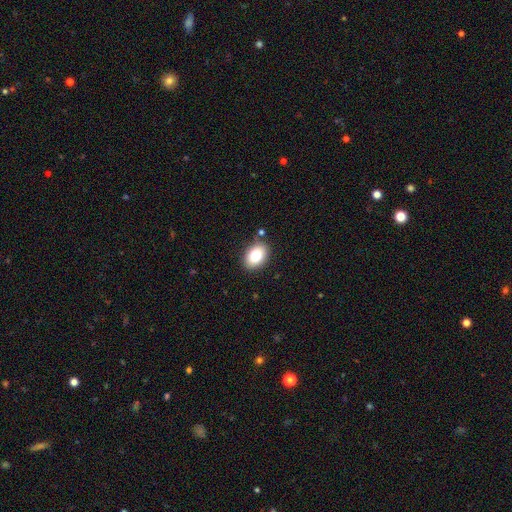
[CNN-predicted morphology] Smooth or featured? Predicted: smooth (p=0.81). How rounded? Predicted: in between (p=0.83). Merging? Predicted: none (p=0.84).